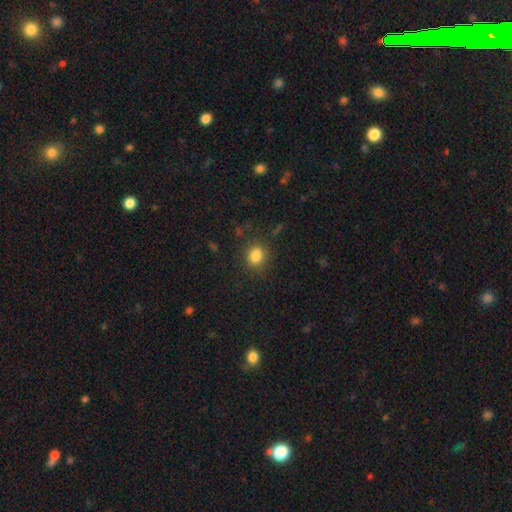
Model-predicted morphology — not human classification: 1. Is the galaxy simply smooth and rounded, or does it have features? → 84% smooth, 11% star or artifact, 5% featured or disk.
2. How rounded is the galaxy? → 57% round, 41% in between, 1% cigar-shaped.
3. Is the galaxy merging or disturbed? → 83% none, 11% minor disturbance, 4% major disturbance, 2% merger.